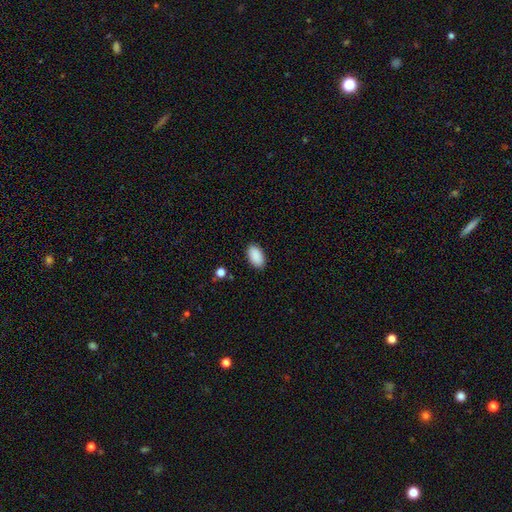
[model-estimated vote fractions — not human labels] Q: Smooth or featured?
A: smooth (90%); runner-up: star or artifact (7%)
Q: How rounded?
A: in between (95%); runner-up: round (3%)
Q: Merging?
A: none (89%); runner-up: minor disturbance (8%)